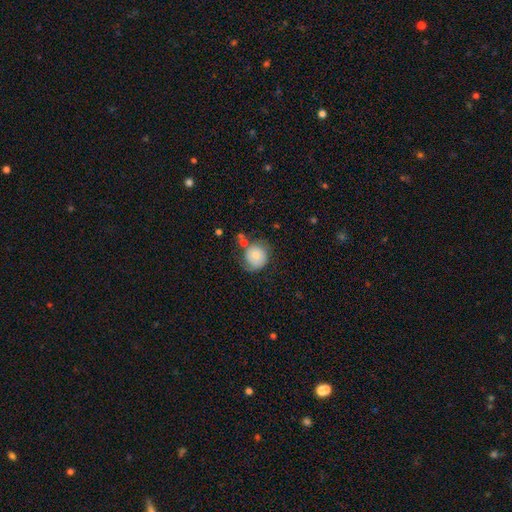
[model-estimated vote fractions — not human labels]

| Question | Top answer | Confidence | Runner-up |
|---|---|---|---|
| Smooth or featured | smooth | 69% | featured or disk (23%) |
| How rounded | round | 85% | in between (14%) |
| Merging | none | 52% | minor disturbance (26%) |